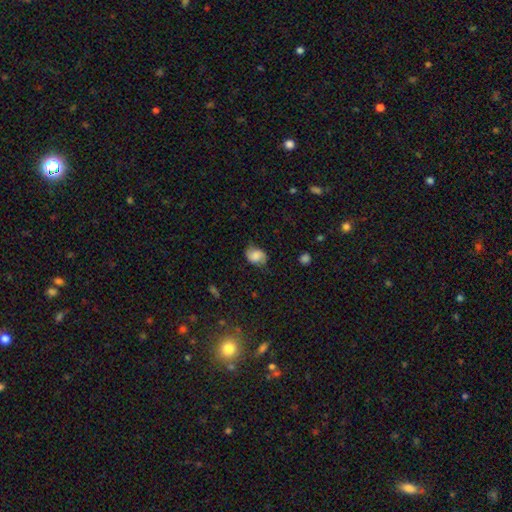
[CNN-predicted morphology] Q: Smooth or featured?
A: smooth (59%); runner-up: featured or disk (32%)
Q: How rounded?
A: in between (62%); runner-up: round (37%)
Q: Merging?
A: none (66%); runner-up: minor disturbance (25%)